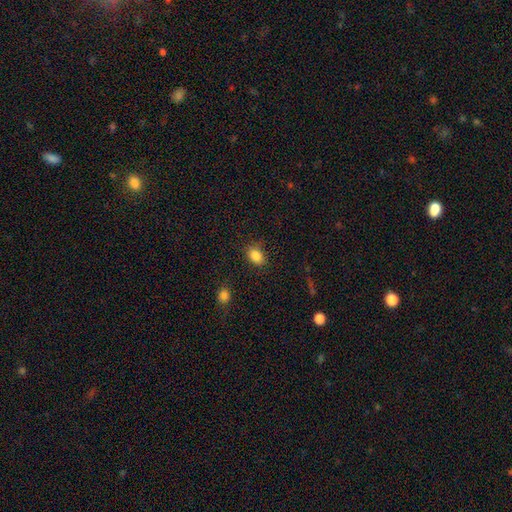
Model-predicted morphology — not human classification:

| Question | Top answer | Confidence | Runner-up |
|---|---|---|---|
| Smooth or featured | smooth | 86% | star or artifact (10%) |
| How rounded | in between | 79% | round (20%) |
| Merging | none | 82% | minor disturbance (13%) |